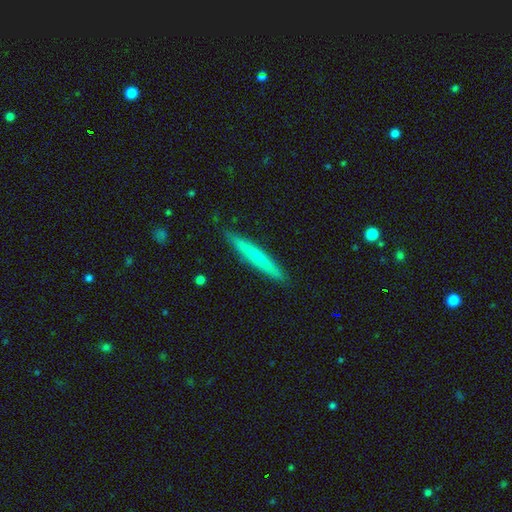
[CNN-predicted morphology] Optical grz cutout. It shows a smooth galaxy with no disk features (63%) that is cigar-shaped (97%). Merging: none (89%).